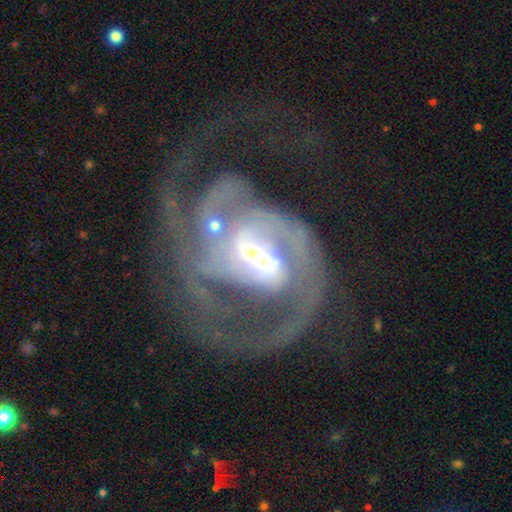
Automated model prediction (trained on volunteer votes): A featured or disk galaxy (88%) with a weak bar (39%), 2 (49%) medium (49%) spiral arms (93%) and a small central bulge (50%).

Vote fractions:
- Smooth or featured? featured or disk: 88% / star or artifact: 6% / smooth: 5%
- Edge-on disk? no: 98% / yes: 2%
- Bar? weak: 39% / no: 36% / strong: 25%
- Spiral arms? yes: 93% / no: 7%
- Spiral winding? medium: 49% / tight: 27% / loose: 24%
- Spiral arm count? 2: 49% / can't tell: 17% / 3: 16% / 1: 9% / 4: 5% / more than 4: 4%
- Bulge size? small: 50% / moderate: 42% / large: 4% / none: 2% / dominant: 1%
- Merging? major disturbance: 35% / merger: 31% / none: 23% / minor disturbance: 11%